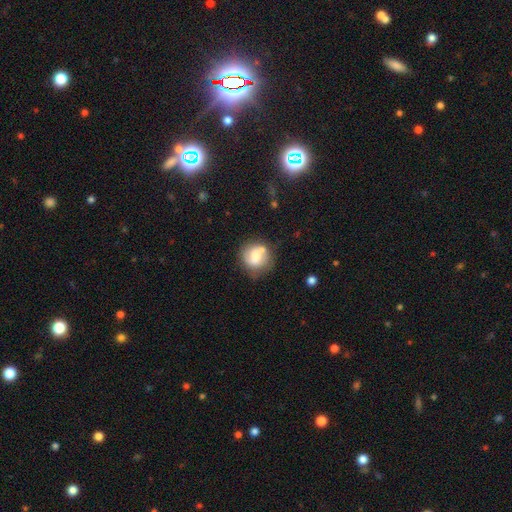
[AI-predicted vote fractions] Smooth or featured: smooth — 62% (featured or disk — 30%)
How rounded: round — 80% (in between — 19%)
Merging: none — 53% (minor disturbance — 21%)